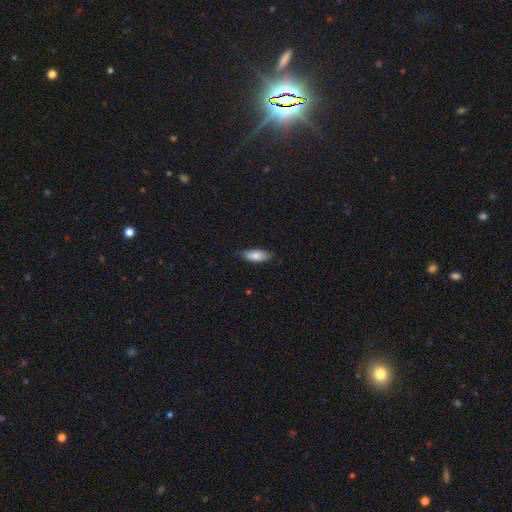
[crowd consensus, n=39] Q: Smooth or featured?
A: smooth (90%); runner-up: featured or disk (8%)
Q: How rounded?
A: in between (83%); runner-up: cigar-shaped (17%)
Q: Merging?
A: none (92%); runner-up: minor disturbance (5%)